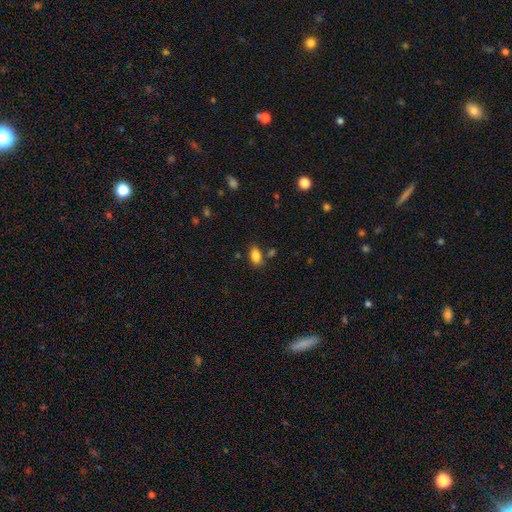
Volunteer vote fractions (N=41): This is clearly a smooth galaxy (85%). How rounded: clearly in between (86%). Merging: likely none (74%).